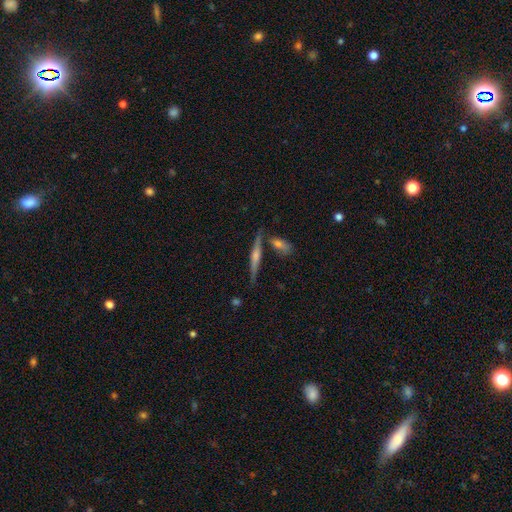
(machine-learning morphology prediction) This appears to be a featured or disk galaxy (72%) viewed edge-on (97%) with a rounded central bulge (77%). Merging: none (80%).